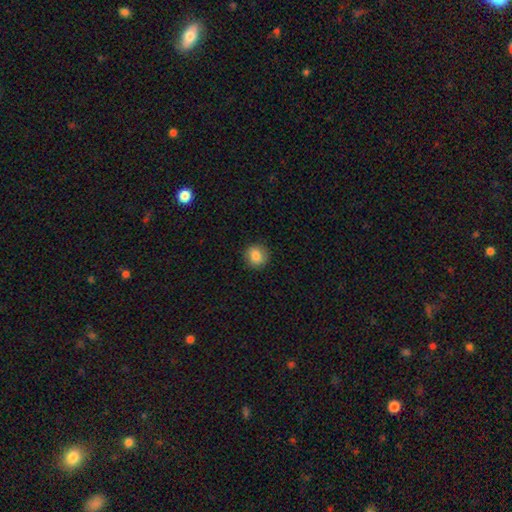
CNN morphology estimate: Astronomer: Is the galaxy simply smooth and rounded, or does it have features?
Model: smooth — 85%.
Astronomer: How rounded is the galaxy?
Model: round — 90%.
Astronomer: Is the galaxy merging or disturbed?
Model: none — 90%.